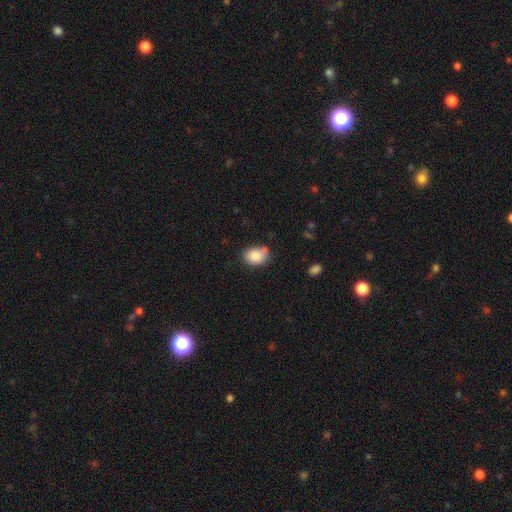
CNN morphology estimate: The model was most divided on "how rounded": in between: 65%, round: 34%, cigar-shaped: 1%. More confident: smooth or featured — smooth (86%); merging — none (63%).